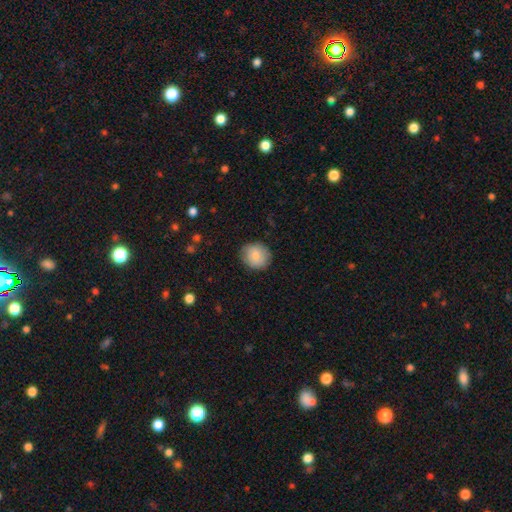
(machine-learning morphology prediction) type=smooth (82%); roundness=round (80%); merging=none (84%).